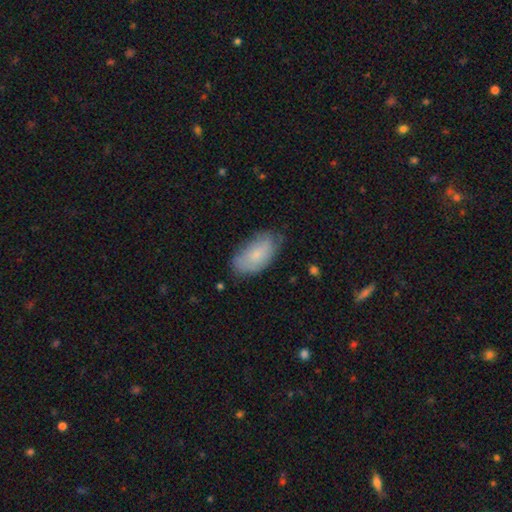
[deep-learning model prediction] Overall: smooth (75%). How rounded: in between (94%). Merging: none (63%; minor disturbance 29%).